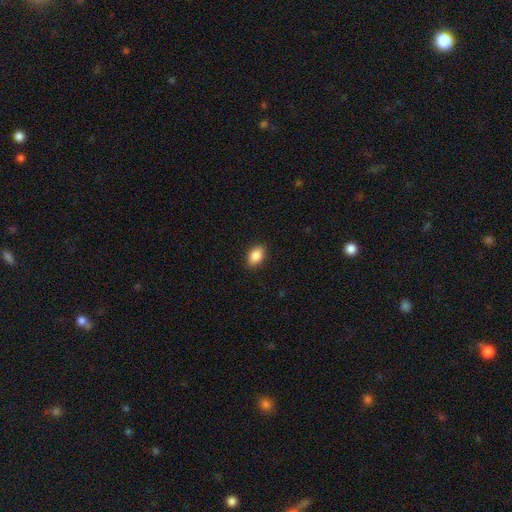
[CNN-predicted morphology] Smooth or featured?
  - smooth: 87% *
  - star or artifact: 8%
  - featured or disk: 5%
How rounded?
  - in between: 87% *
  - round: 12%
  - cigar-shaped: 2%
Merging?
  - none: 89% *
  - minor disturbance: 8%
  - major disturbance: 2%
  - merger: 1%